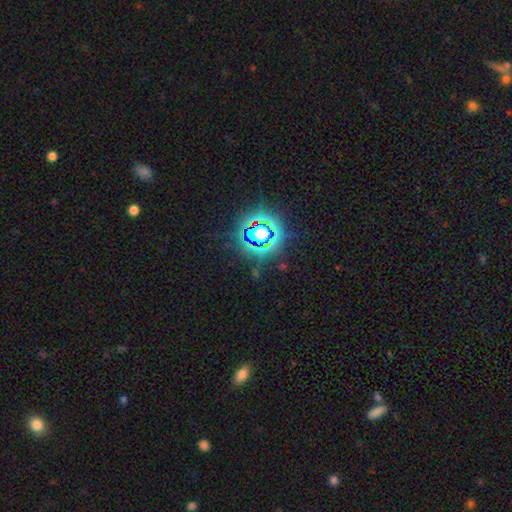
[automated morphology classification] smooth-or-featured: star or artifact: 82% | smooth: 12% | featured or disk: 6%